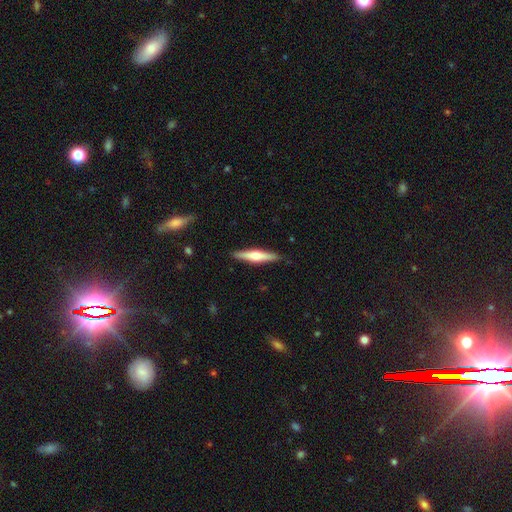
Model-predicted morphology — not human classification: The model was most divided on "smooth or featured": featured or disk: 55%, smooth: 40%, star or artifact: 5%. More confident: edge-on disk — yes (97%); merging — none (89%); edge-on bulge — rounded (86%).